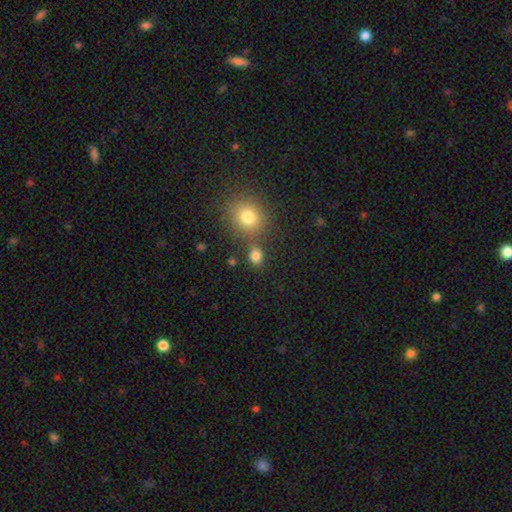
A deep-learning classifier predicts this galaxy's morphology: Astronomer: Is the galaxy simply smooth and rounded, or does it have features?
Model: smooth — 80%.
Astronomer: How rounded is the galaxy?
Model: round — 57% (runner-up: in between, 41%).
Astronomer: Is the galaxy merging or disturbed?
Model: none — 69%.